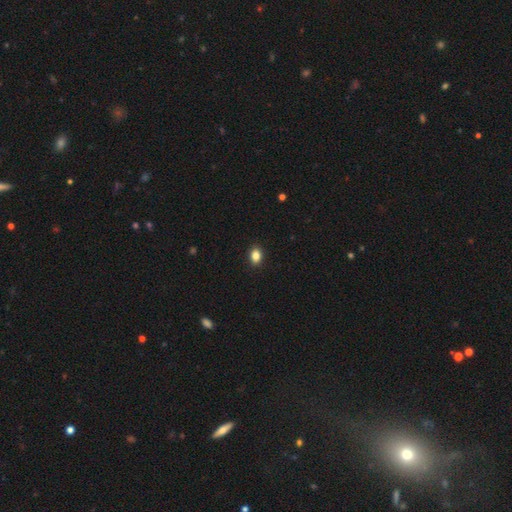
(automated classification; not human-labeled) Smooth or featured? Predicted: smooth (p=0.85). How rounded? Predicted: in between (p=0.73). Merging? Predicted: none (p=0.90).